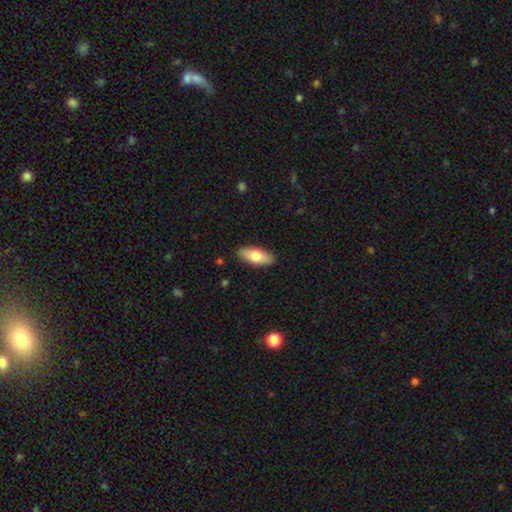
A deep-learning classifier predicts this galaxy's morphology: Smooth or featured?
  - smooth: 74% *
  - featured or disk: 20%
  - star or artifact: 6%
How rounded?
  - in between: 80% *
  - cigar-shaped: 18%
  - round: 2%
Merging?
  - none: 89% *
  - minor disturbance: 8%
  - major disturbance: 2%
  - merger: 1%